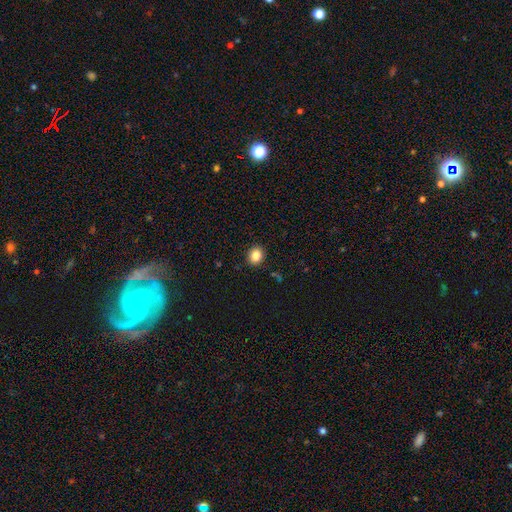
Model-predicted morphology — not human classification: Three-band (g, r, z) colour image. It shows a smooth galaxy with no disk features (85%) that is round (65%). Merging: none (90%).